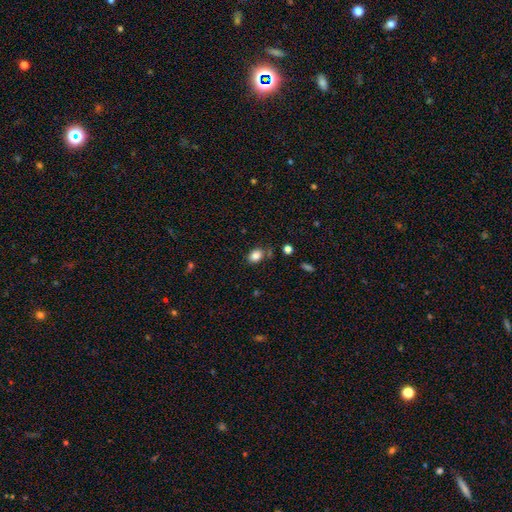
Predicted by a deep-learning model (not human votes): Q: Smooth or featured?
A: smooth (84%); runner-up: star or artifact (10%)
Q: How rounded?
A: in between (69%); runner-up: round (30%)
Q: Merging?
A: none (74%); runner-up: minor disturbance (15%)